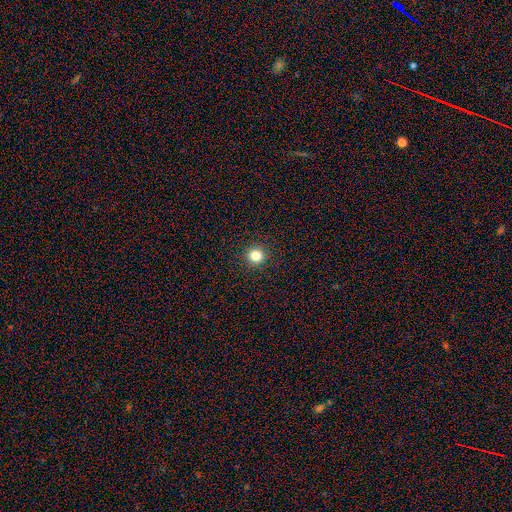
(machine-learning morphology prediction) Smooth or featured?
  - smooth: 82% *
  - star or artifact: 13%
  - featured or disk: 5%
How rounded?
  - round: 94% *
  - in between: 5%
  - cigar-shaped: 1%
Merging?
  - none: 93% *
  - minor disturbance: 4%
  - major disturbance: 2%
  - merger: 1%